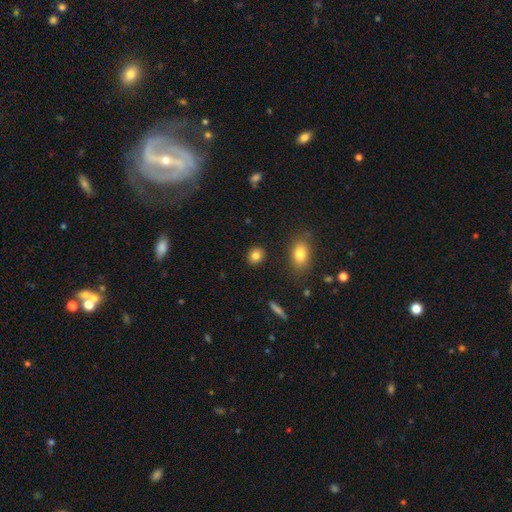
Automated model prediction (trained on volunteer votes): Smooth or featured?
  - smooth: 83% *
  - star or artifact: 10%
  - featured or disk: 8%
How rounded?
  - round: 69% *
  - in between: 30%
  - cigar-shaped: 2%
Merging?
  - none: 89% *
  - minor disturbance: 7%
  - major disturbance: 2%
  - merger: 2%